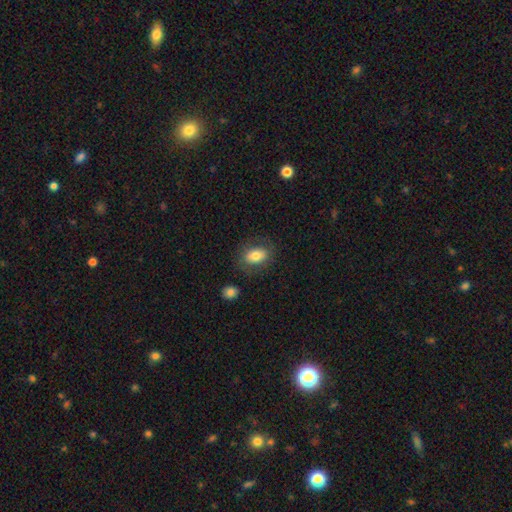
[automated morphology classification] A smooth galaxy with no disk features (76%) that is in between round and cigar-shaped (82%).

Vote fractions:
- Smooth or featured? smooth: 76% / featured or disk: 16% / star or artifact: 8%
- How rounded? in between: 82% / round: 17% / cigar-shaped: 2%
- Merging? none: 76% / minor disturbance: 14% / major disturbance: 7% / merger: 3%